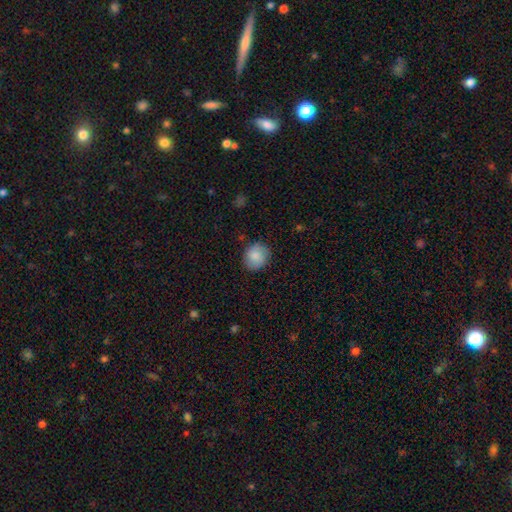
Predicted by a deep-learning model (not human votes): Smooth or featured?
  - smooth: 86% *
  - star or artifact: 7%
  - featured or disk: 7%
How rounded?
  - round: 79% *
  - in between: 20%
  - cigar-shaped: 1%
Merging?
  - none: 85% *
  - minor disturbance: 11%
  - major disturbance: 3%
  - merger: 1%